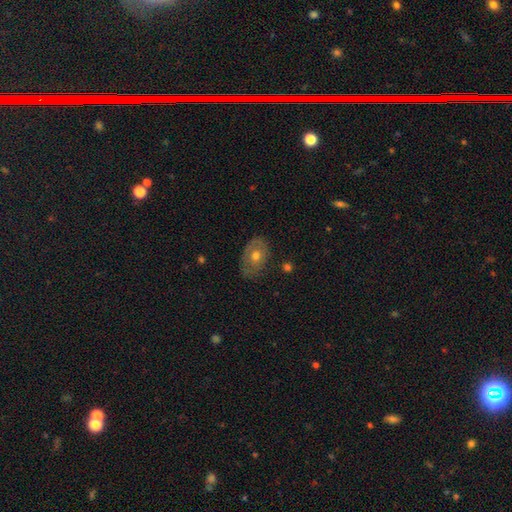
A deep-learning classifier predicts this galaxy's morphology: smooth 48%, featured or disk 44%, star or artifact 9%. Down the decision tree: merging — none (71%).